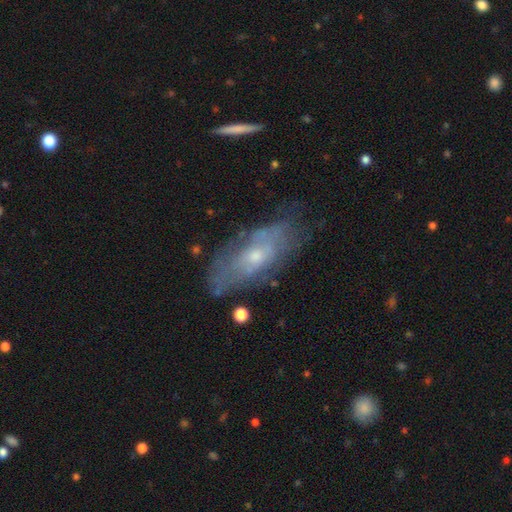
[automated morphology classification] type=featured or disk (62%); edge-on=no (82%); bar=no (76%); spiral arms=yes (53%); bulge=small (56%); merging=none (70%).